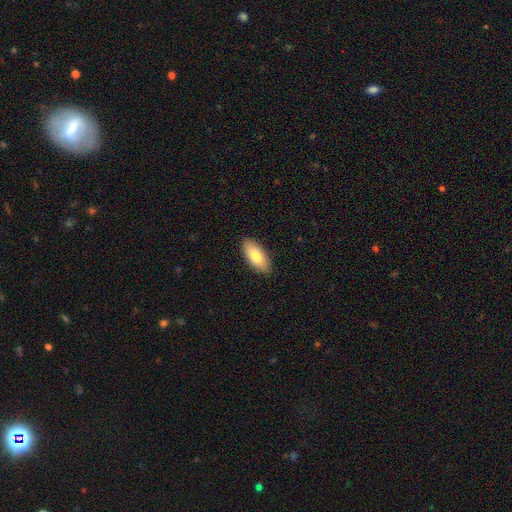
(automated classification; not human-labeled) A smooth galaxy with no disk features (81%) that is in between round and cigar-shaped (88%).

Vote fractions:
- Smooth or featured? smooth: 81% / featured or disk: 13% / star or artifact: 6%
- How rounded? in between: 88% / cigar-shaped: 10% / round: 2%
- Merging? none: 88% / minor disturbance: 9% / major disturbance: 2% / merger: 1%